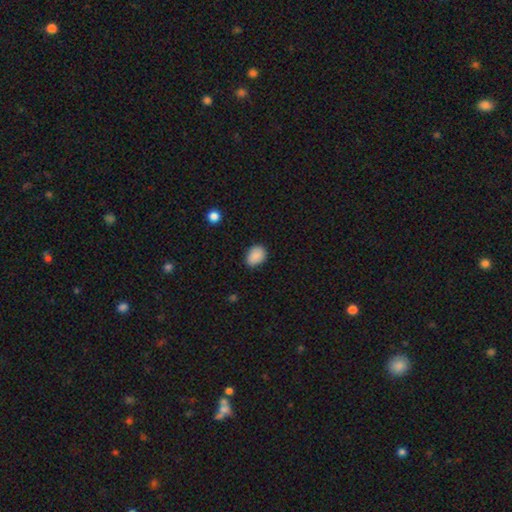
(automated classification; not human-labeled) smooth_or_featured: smooth (p=0.89) [alt: star or artifact p=0.08]
how_rounded: in between (p=0.73) [alt: round p=0.26]
merging: none (p=0.83) [alt: minor disturbance p=0.14]